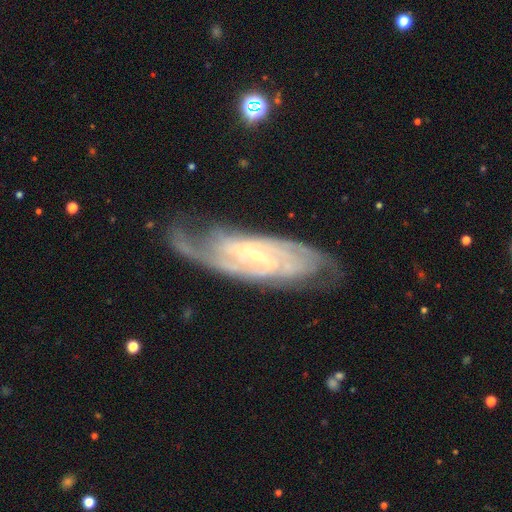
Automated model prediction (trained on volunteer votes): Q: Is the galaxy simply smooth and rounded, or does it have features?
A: featured or disk — 89%.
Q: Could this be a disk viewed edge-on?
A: no — 91%.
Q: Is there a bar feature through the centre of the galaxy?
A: weak — 44%.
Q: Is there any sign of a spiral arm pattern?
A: yes — 98%.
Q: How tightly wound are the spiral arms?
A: tight — 54%.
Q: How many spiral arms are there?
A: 2 — 43%.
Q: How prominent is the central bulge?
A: small — 78%.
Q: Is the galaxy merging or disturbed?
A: none — 71%.